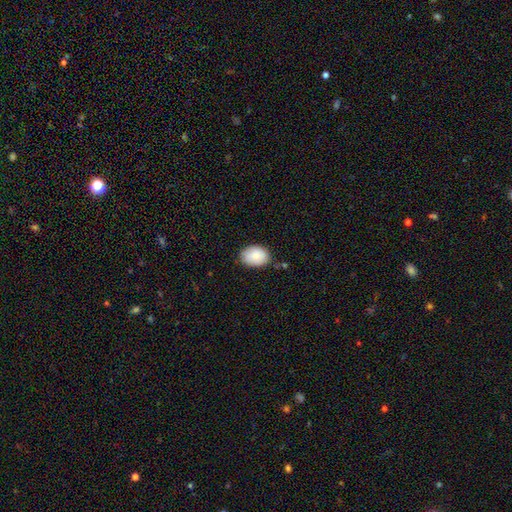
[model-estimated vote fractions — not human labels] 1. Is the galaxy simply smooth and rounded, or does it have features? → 82% smooth, 12% featured or disk, 7% star or artifact.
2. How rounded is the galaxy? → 76% in between, 23% round, 1% cigar-shaped.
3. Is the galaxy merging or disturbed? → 75% none, 19% minor disturbance, 3% major disturbance, 2% merger.